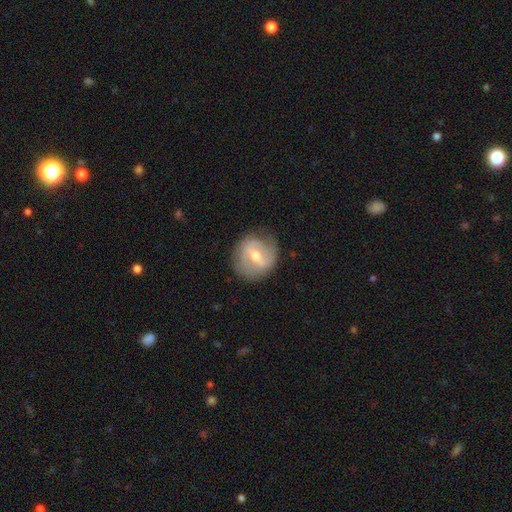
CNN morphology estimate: Smooth or featured? Predicted: featured or disk (p=0.71). Edge-on disk? Predicted: no (p=0.96). Bar? Predicted: weak (p=0.48). Spiral arms? Predicted: yes (p=0.73). Bulge size? Predicted: moderate (p=0.63). Merging? Predicted: none (p=0.77).